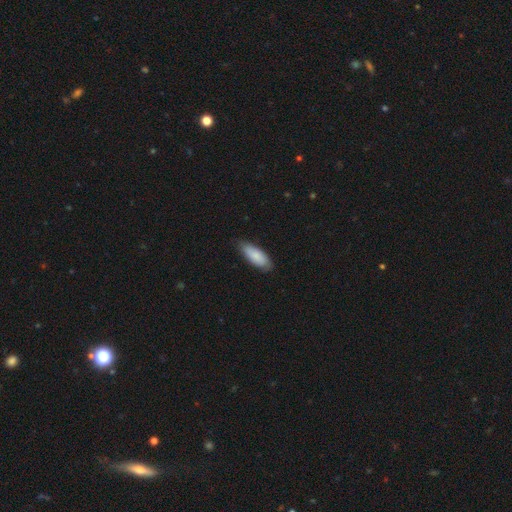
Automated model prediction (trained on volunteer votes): smooth-or-featured: smooth: 85% | featured or disk: 10% | star or artifact: 5%
  how-rounded: in between: 76% | cigar-shaped: 22% | round: 2%
  merging: none: 78% | minor disturbance: 18% | major disturbance: 3% | merger: 1%